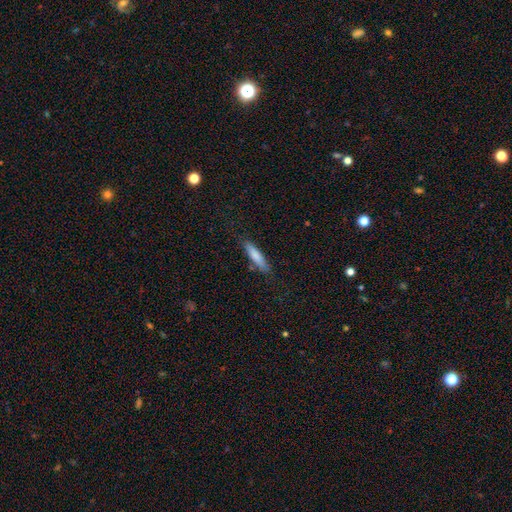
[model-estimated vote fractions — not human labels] smooth_or_featured: smooth (p=0.77) [alt: featured or disk p=0.17]
how_rounded: cigar-shaped (p=0.80) [alt: in between p=0.19]
merging: none (p=0.80) [alt: minor disturbance p=0.14]